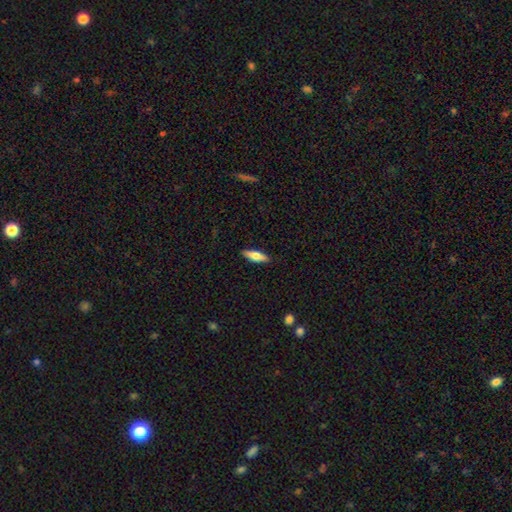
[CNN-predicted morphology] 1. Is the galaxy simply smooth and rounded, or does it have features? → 63% smooth, 31% featured or disk, 6% star or artifact.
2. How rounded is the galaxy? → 49% cigar-shaped (tied), 49% in between (tied), 2% round.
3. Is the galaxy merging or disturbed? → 89% none, 8% minor disturbance, 2% major disturbance, 1% merger.